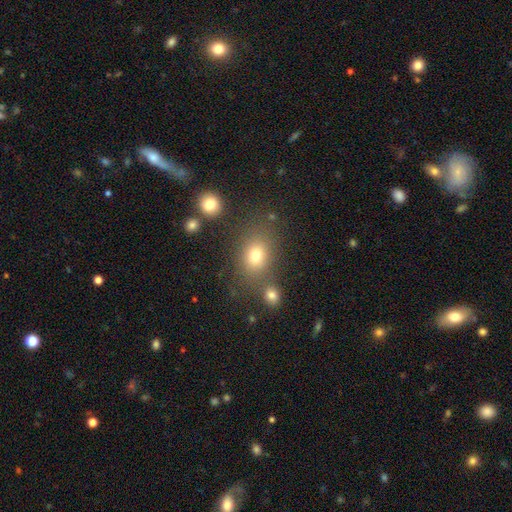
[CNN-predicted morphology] Smooth or featured?
  - smooth: 74% *
  - star or artifact: 16%
  - featured or disk: 11%
How rounded?
  - in between: 60% *
  - round: 38%
  - cigar-shaped: 2%
Merging?
  - none: 71% *
  - minor disturbance: 13%
  - merger: 11%
  - major disturbance: 6%